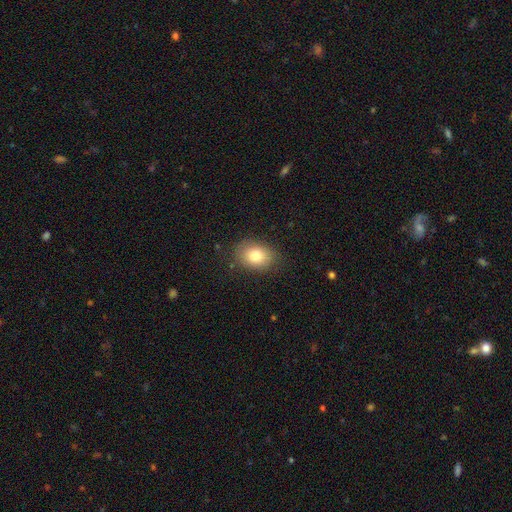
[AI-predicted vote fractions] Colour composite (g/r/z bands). It shows a smooth galaxy with no disk features (81%) that is in between round and cigar-shaped (71%). Merging: none (82%).